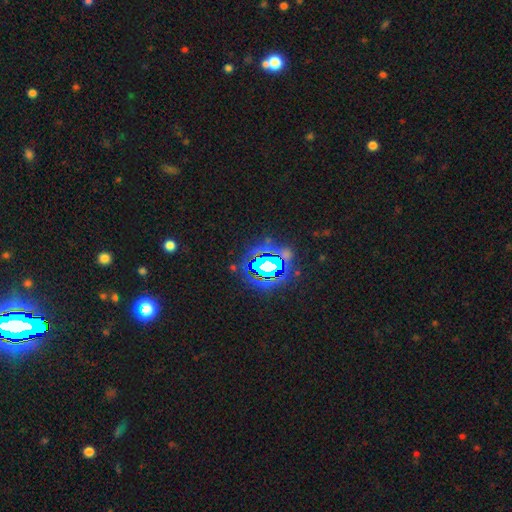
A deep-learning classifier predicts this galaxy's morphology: Smooth or featured?
  - star or artifact: 82% *
  - smooth: 11%
  - featured or disk: 7%